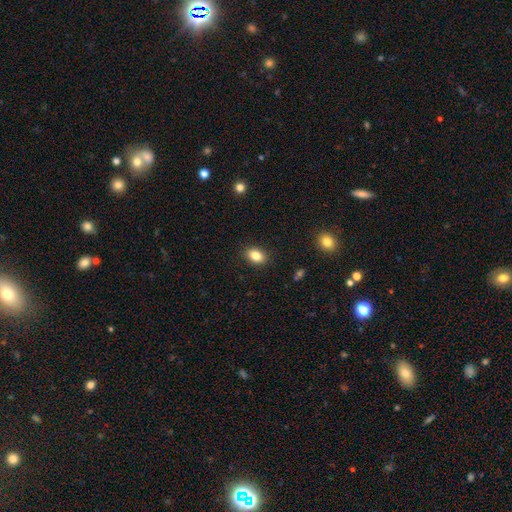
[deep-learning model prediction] This appears to be a smooth galaxy with no disk features (84%) that is in between round and cigar-shaped (77%). Merging: none (88%).